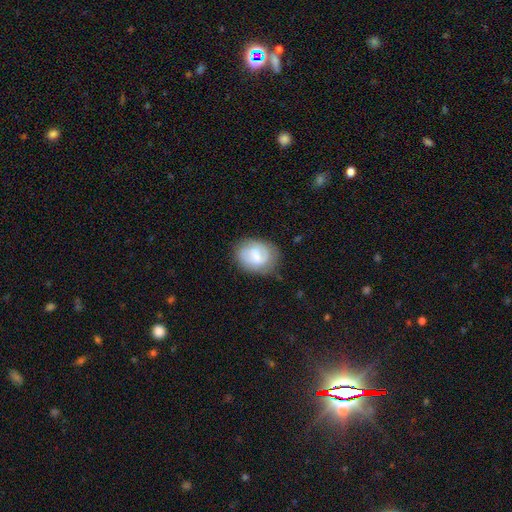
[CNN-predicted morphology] This appears to be a smooth galaxy with no disk features (47%). Merging: none (68%).